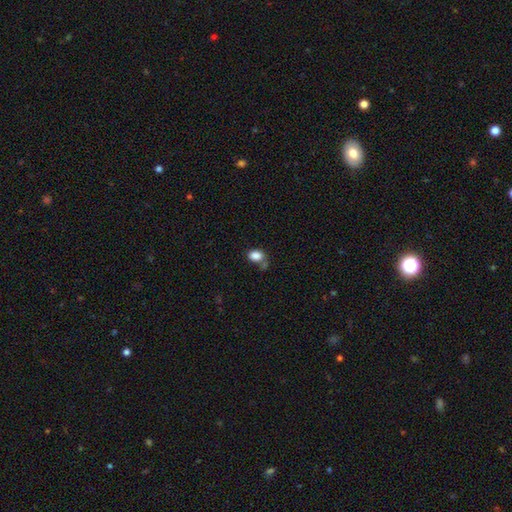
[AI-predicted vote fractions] Morphology: type=smooth (85%); roundness=in between (69%); merging=none (54%).